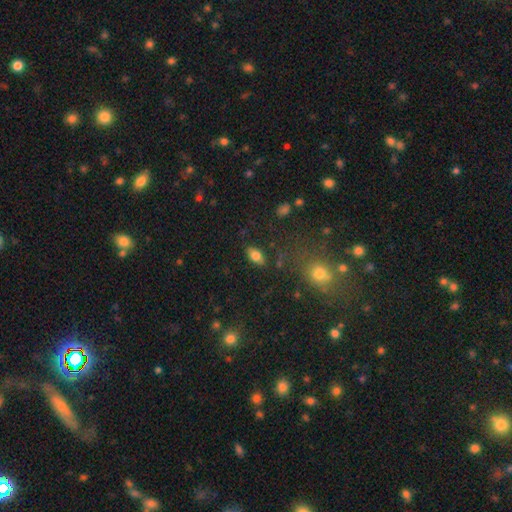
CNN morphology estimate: Smooth or featured? smooth (77%)
How rounded? in between (89%)
Merging? none (83%)